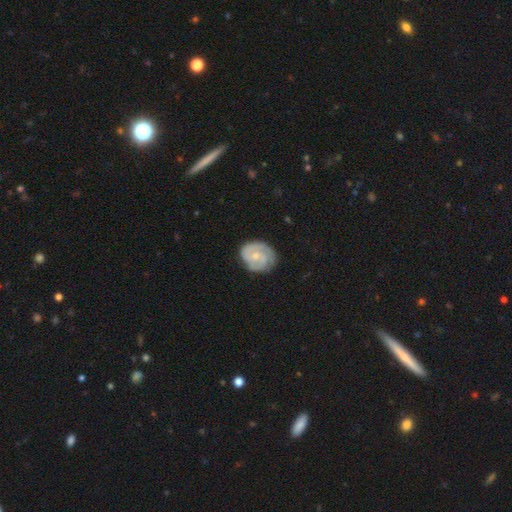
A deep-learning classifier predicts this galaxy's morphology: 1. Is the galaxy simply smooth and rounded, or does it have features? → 69% featured or disk, 26% smooth, 5% star or artifact.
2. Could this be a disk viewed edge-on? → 98% no, 2% yes.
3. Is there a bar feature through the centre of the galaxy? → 75% no, 22% weak, 3% strong.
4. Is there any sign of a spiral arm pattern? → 86% yes, 14% no.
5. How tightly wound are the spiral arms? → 61% tight, 30% medium, 9% loose.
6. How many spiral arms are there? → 42% 2, 27% can't tell, 17% 3, 8% 1, 3% 4, 3% more than 4.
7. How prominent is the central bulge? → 54% small, 39% moderate, 4% none, 2% large, 1% dominant.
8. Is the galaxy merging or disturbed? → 71% none, 21% minor disturbance, 7% major disturbance, 1% merger.